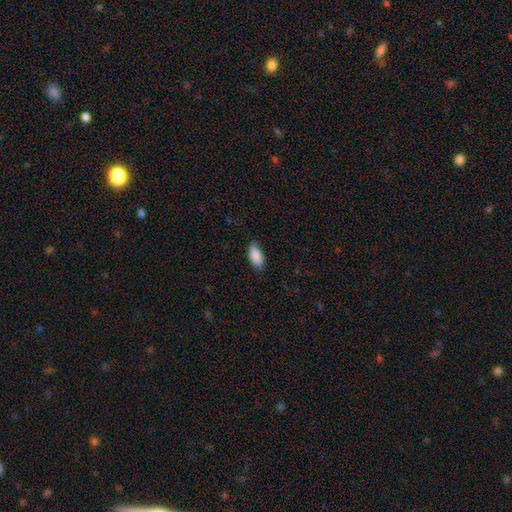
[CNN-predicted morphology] A smooth galaxy with no disk features (89%) that is in between round and cigar-shaped (91%).

Vote fractions:
- Smooth or featured? smooth: 89% / star or artifact: 7% / featured or disk: 4%
- How rounded? in between: 91% / cigar-shaped: 7% / round: 2%
- Merging? none: 76% / minor disturbance: 20% / major disturbance: 3% / merger: 1%